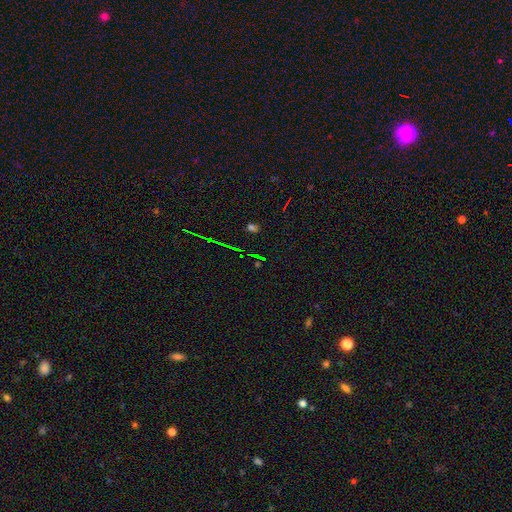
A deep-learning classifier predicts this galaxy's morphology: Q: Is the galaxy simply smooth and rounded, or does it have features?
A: star or artifact — 74%.